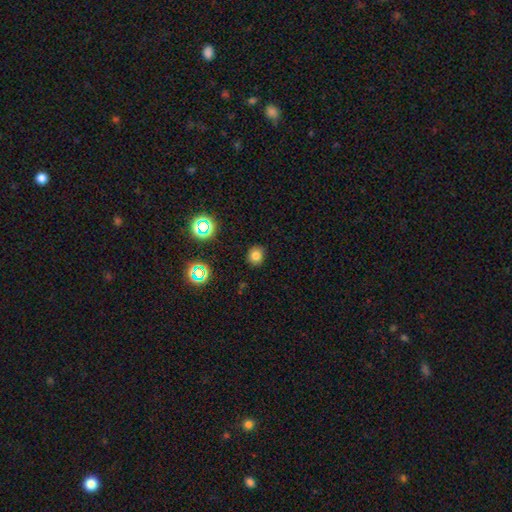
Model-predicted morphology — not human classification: Q: Smooth or featured?
A: smooth (76%); runner-up: star or artifact (17%)
Q: How rounded?
A: round (80%); runner-up: in between (19%)
Q: Merging?
A: none (89%); runner-up: minor disturbance (8%)